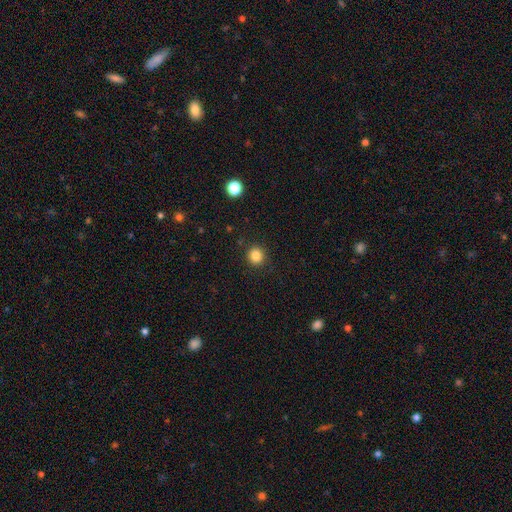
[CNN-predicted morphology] smooth_or_featured: smooth (p=0.84) [alt: star or artifact p=0.12]
how_rounded: round (p=0.90) [alt: in between p=0.09]
merging: none (p=0.90) [alt: minor disturbance p=0.06]